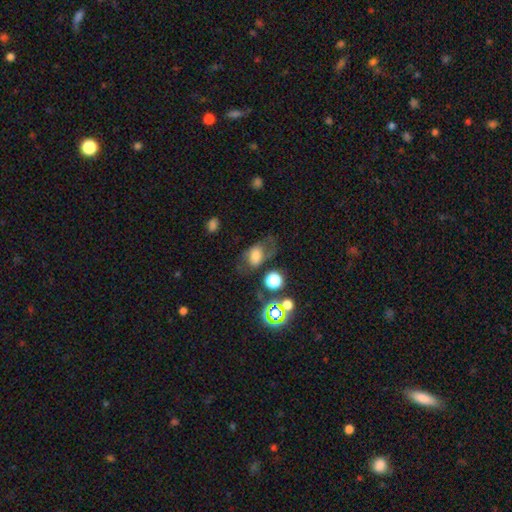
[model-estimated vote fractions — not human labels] smooth 53%, featured or disk 34%, star or artifact 13%. Down the decision tree: how rounded — in between (72%); merging — none (52%).